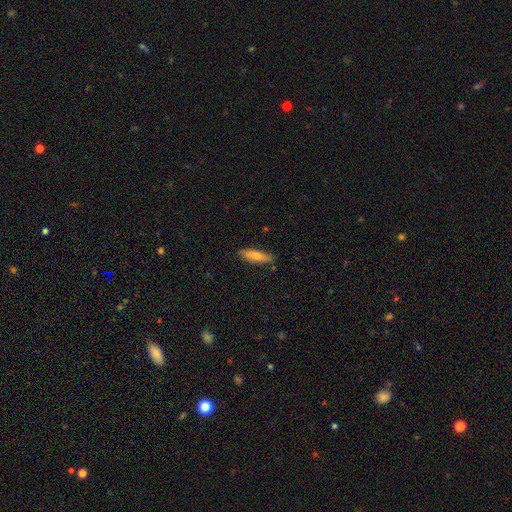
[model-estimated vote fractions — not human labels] Smooth or featured: smooth — 72% (featured or disk — 22%)
How rounded: cigar-shaped — 60% (in between — 38%)
Merging: none — 82% (minor disturbance — 14%)